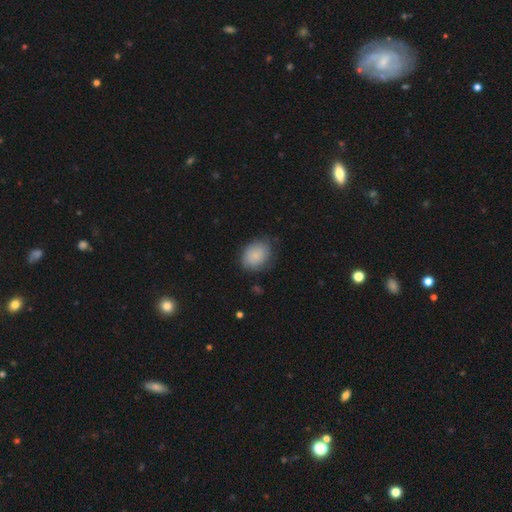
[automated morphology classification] This is likely a smooth galaxy (79%). How rounded: possibly in between (57%). Merging: likely none (69%).